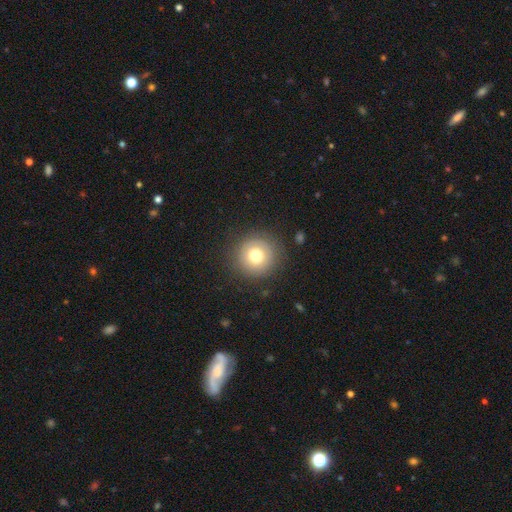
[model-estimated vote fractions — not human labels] A smooth galaxy with no disk features (74%) that is round (95%).

Vote fractions:
- Smooth or featured? smooth: 74% / featured or disk: 15% / star or artifact: 11%
- How rounded? round: 95% / in between: 4% / cigar-shaped: 1%
- Merging? none: 87% / minor disturbance: 8% / major disturbance: 4% / merger: 1%